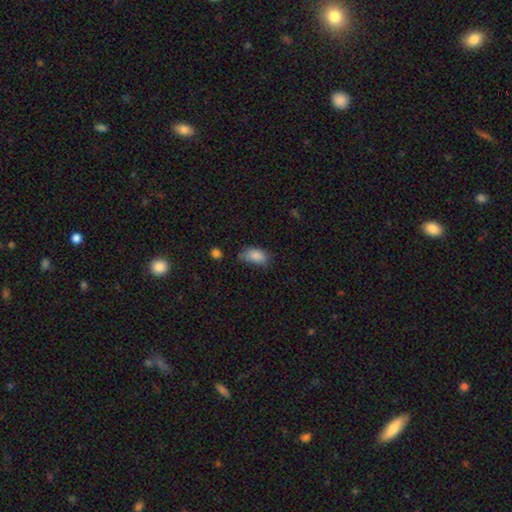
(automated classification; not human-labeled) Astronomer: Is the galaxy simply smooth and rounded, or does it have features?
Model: smooth — 86%.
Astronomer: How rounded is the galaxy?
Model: in between — 91%.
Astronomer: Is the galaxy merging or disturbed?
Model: none — 58%.